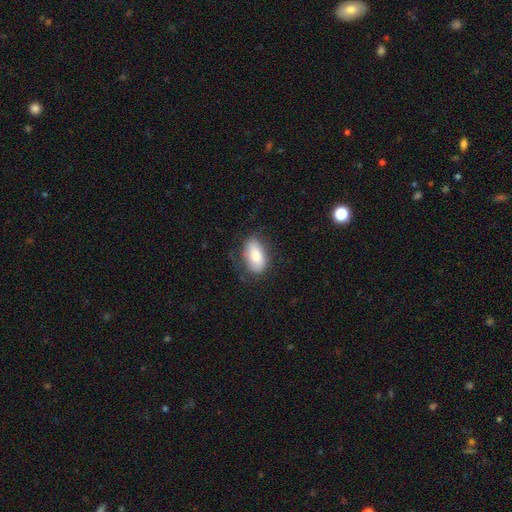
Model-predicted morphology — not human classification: The model was most divided on "merging": none: 69%, minor disturbance: 22%, major disturbance: 8%, merger: 1%. More confident: how rounded — in between (92%); smooth or featured — smooth (80%).